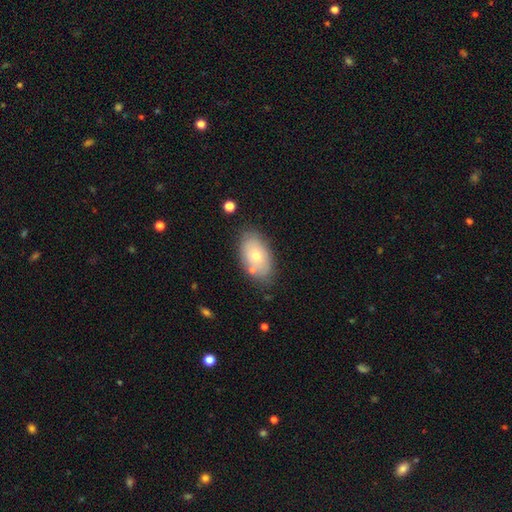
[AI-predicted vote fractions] smooth_or_featured: smooth (p=0.63) [alt: featured or disk p=0.29]
how_rounded: in between (p=0.92) [alt: round p=0.07]
merging: none (p=0.76) [alt: minor disturbance p=0.15]